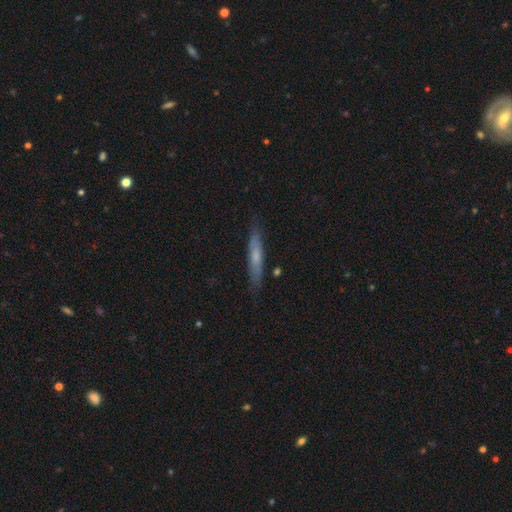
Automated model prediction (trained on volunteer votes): smooth 52%, featured or disk 41%, star or artifact 7%. Down the decision tree: how rounded — cigar-shaped (91%); merging — none (83%).